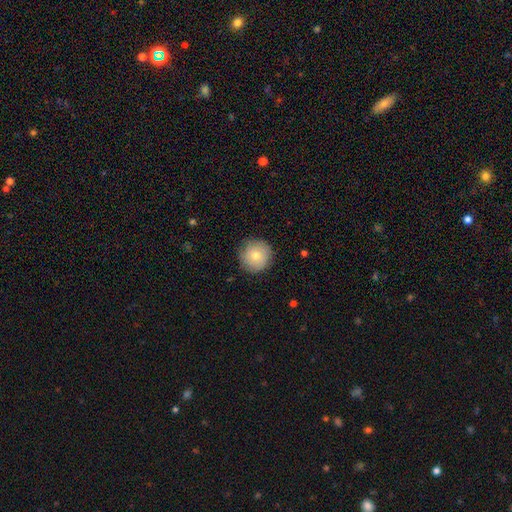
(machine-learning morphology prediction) type=smooth (73%); roundness=round (94%); merging=none (86%).